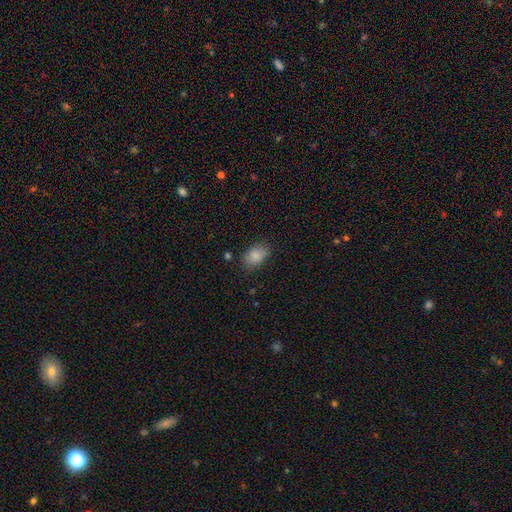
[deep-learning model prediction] Overall: smooth (87%). How rounded: in between (84%). Merging: none (80%).